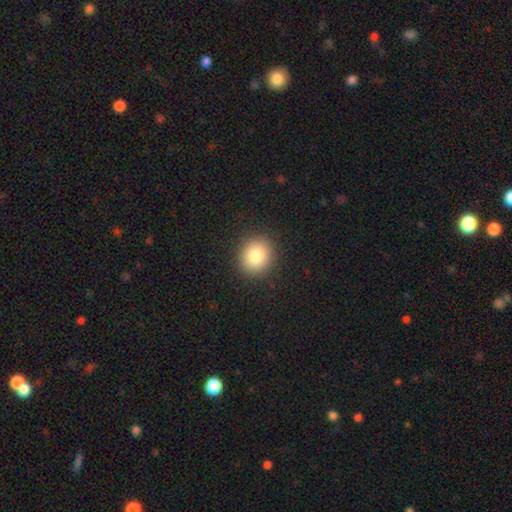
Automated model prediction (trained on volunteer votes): Morphology: type=smooth (82%); roundness=round (84%); merging=none (91%).